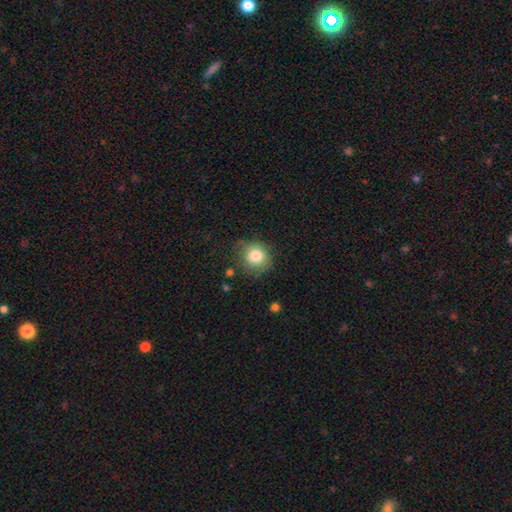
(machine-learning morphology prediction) Smooth or featured? Predicted: smooth (p=0.81). How rounded? Predicted: round (p=0.85). Merging? Predicted: none (p=0.76).